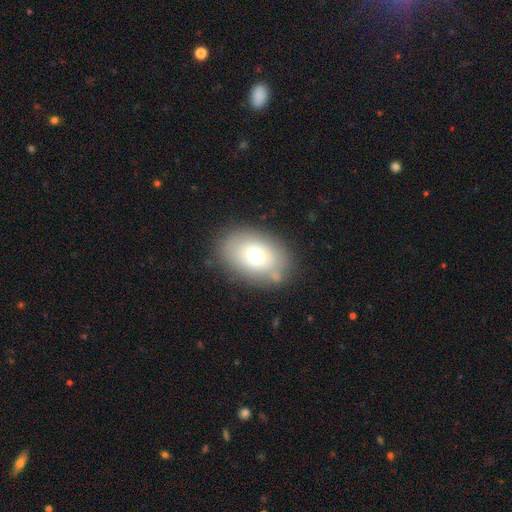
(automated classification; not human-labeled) smooth_or_featured: smooth (p=0.65) [alt: featured or disk p=0.25]
how_rounded: in between (p=0.80) [alt: round p=0.18]
merging: none (p=0.77) [alt: minor disturbance p=0.15]